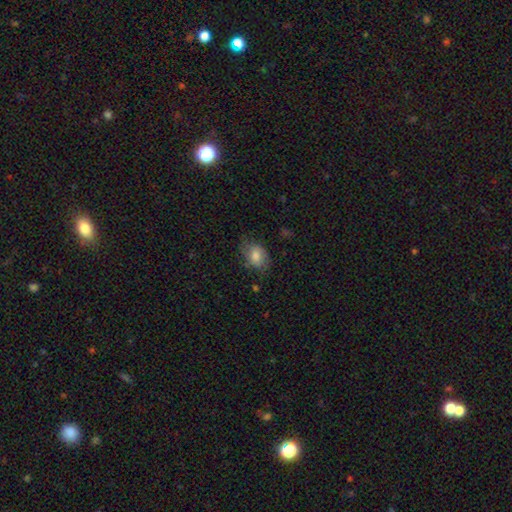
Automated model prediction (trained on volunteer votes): Smooth or featured: smooth — 74% (featured or disk — 17%)
How rounded: in between — 76% (round — 22%)
Merging: none — 63% (minor disturbance — 26%)